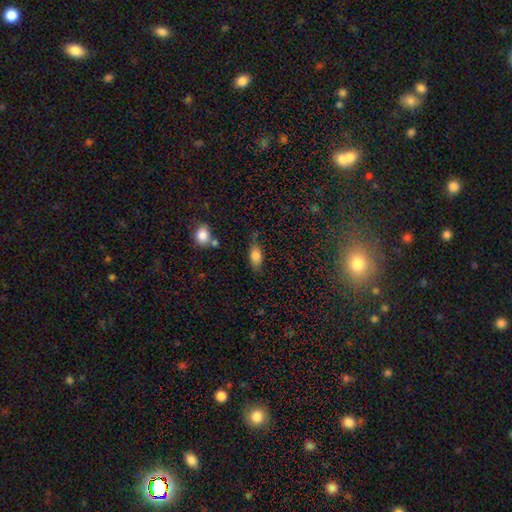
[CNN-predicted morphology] Smooth or featured: smooth — 76% (featured or disk — 15%)
How rounded: in between — 82% (cigar-shaped — 12%)
Merging: none — 59% (minor disturbance — 27%)